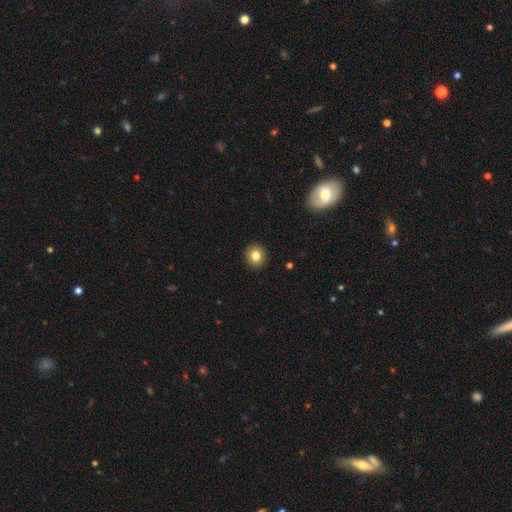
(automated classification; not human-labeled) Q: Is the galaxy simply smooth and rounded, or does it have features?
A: smooth — 81%.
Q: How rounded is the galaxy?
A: round — 88%.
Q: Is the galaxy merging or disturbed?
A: none — 92%.